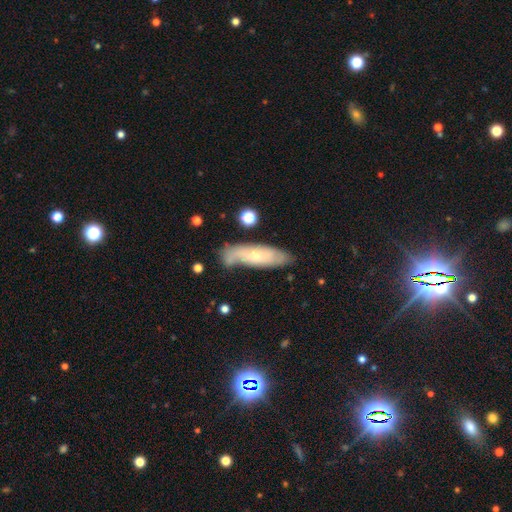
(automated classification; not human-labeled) A smooth galaxy with no disk features (49%).

Vote fractions:
- Smooth or featured? smooth: 49% / featured or disk: 44% / star or artifact: 7%
- Merging? none: 63% / minor disturbance: 24% / major disturbance: 7% / merger: 6%